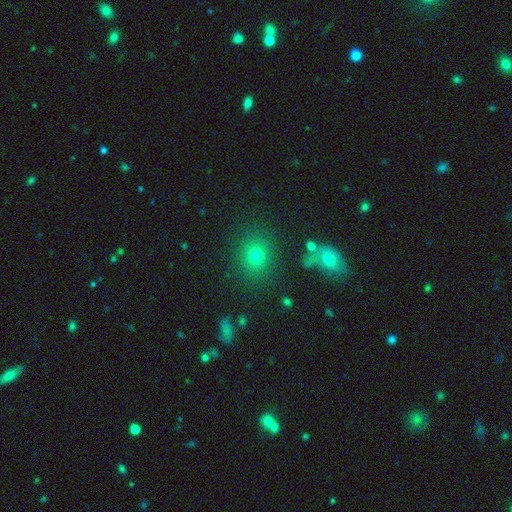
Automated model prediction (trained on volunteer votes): This appears to be a smooth galaxy with no disk features (72%) that is round (73%). Merging: none (82%).